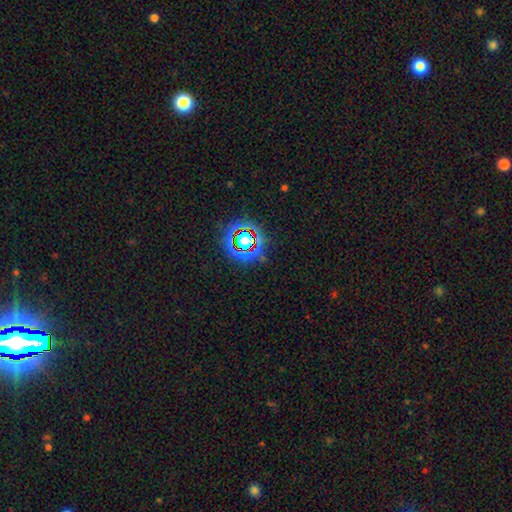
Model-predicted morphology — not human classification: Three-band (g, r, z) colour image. It shows a star or artifact, not a galaxy (67%).